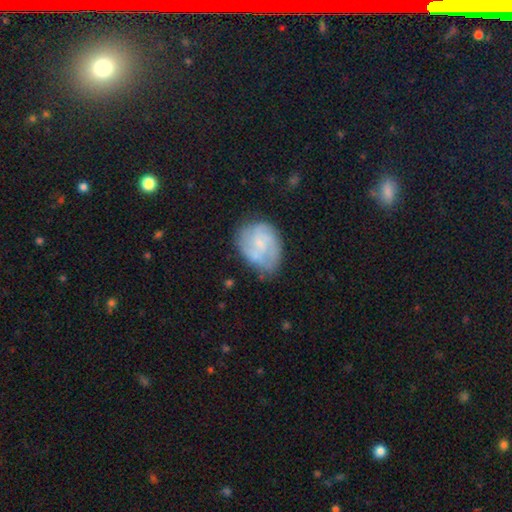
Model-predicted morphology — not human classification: Smooth or featured?
  - featured or disk: 60% *
  - smooth: 32%
  - star or artifact: 7%
Edge-on disk?
  - no: 98% *
  - yes: 2%
Bar?
  - no: 63% *
  - weak: 32%
  - strong: 5%
Spiral arms?
  - yes: 76% *
  - no: 24%
Bulge size?
  - small: 66% *
  - moderate: 19%
  - none: 13%
  - large: 1%
  - dominant: 1%
Merging?
  - none: 59% *
  - minor disturbance: 25%
  - major disturbance: 11%
  - merger: 5%